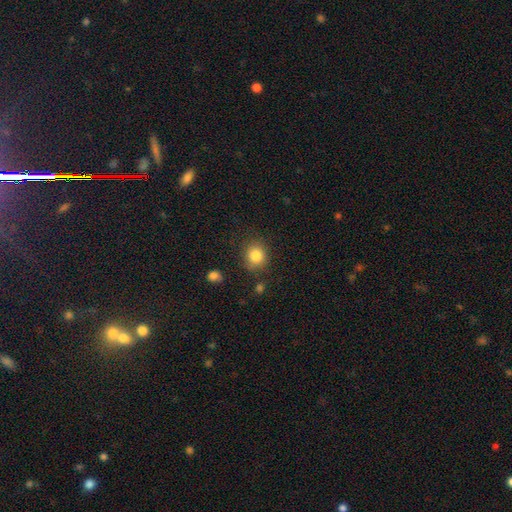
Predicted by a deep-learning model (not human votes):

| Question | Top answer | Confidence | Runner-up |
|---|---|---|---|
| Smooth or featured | smooth | 84% | star or artifact (10%) |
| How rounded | round | 76% | in between (23%) |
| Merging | none | 83% | minor disturbance (11%) |